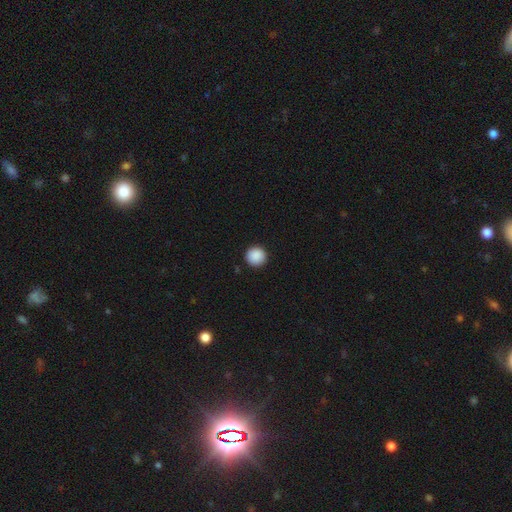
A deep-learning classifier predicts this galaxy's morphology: A smooth galaxy with no disk features (89%) that is round (95%).

Vote fractions:
- Smooth or featured? smooth: 89% / star or artifact: 8% / featured or disk: 2%
- How rounded? round: 95% / in between: 4% / cigar-shaped: 1%
- Merging? none: 92% / minor disturbance: 5% / major disturbance: 2% / merger: 1%